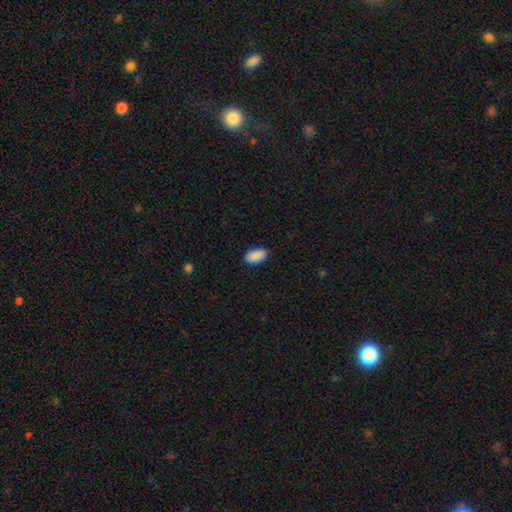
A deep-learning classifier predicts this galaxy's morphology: smooth-or-featured: smooth: 91% | star or artifact: 6% | featured or disk: 3%
  how-rounded: in between: 94% | cigar-shaped: 4% | round: 2%
  merging: none: 89% | minor disturbance: 8% | major disturbance: 2% | merger: 1%